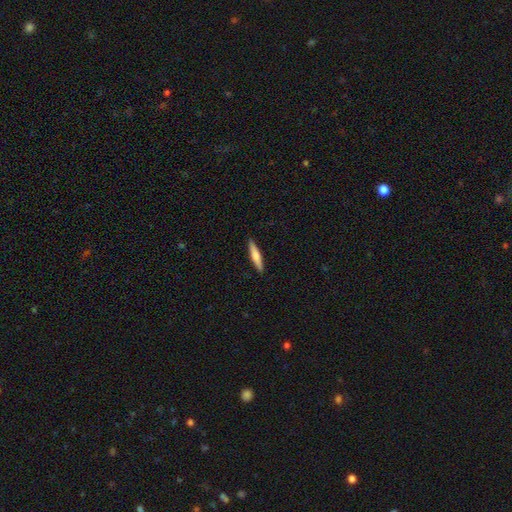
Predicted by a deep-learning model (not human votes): This appears to be a smooth galaxy with no disk features (60%) that is cigar-shaped (87%). Merging: none (91%).